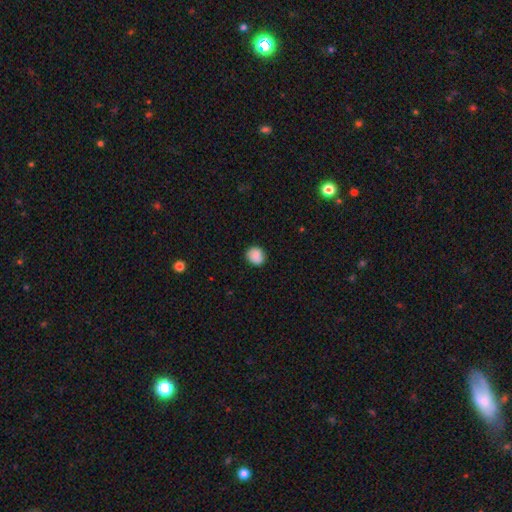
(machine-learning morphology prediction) Smooth or featured: smooth — 87% (star or artifact — 8%)
How rounded: round — 77% (in between — 22%)
Merging: none — 84% (minor disturbance — 12%)